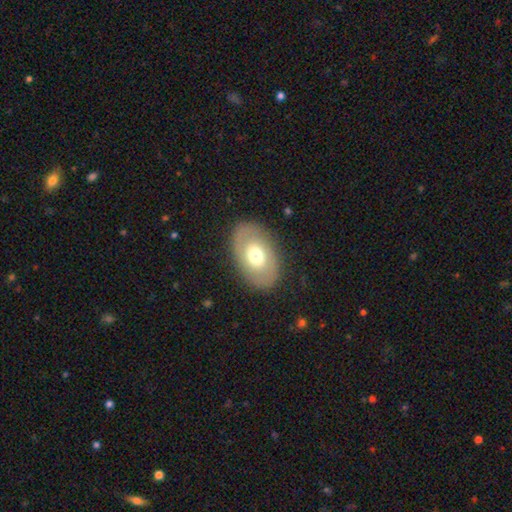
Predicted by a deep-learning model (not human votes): smooth_or_featured: smooth (p=0.52) [alt: featured or disk p=0.41]
how_rounded: in between (p=0.85) [alt: round p=0.14]
merging: none (p=0.84) [alt: minor disturbance p=0.10]